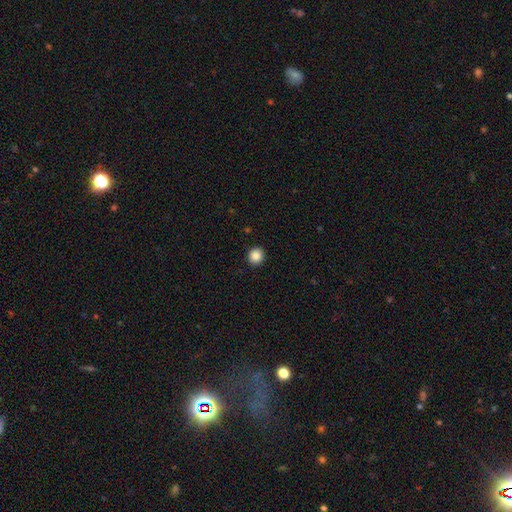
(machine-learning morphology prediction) smooth_or_featured: smooth (p=0.87) [alt: star or artifact p=0.10]
how_rounded: round (p=0.87) [alt: in between p=0.12]
merging: none (p=0.91) [alt: minor disturbance p=0.06]